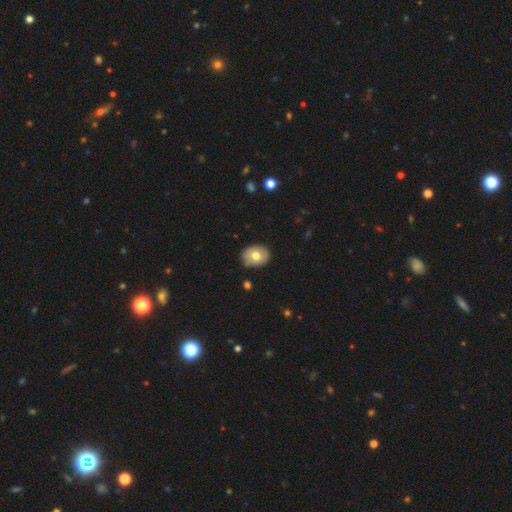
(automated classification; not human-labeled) This is likely a smooth galaxy (72%). How rounded: possibly in between (56%). Merging: clearly none (84%).